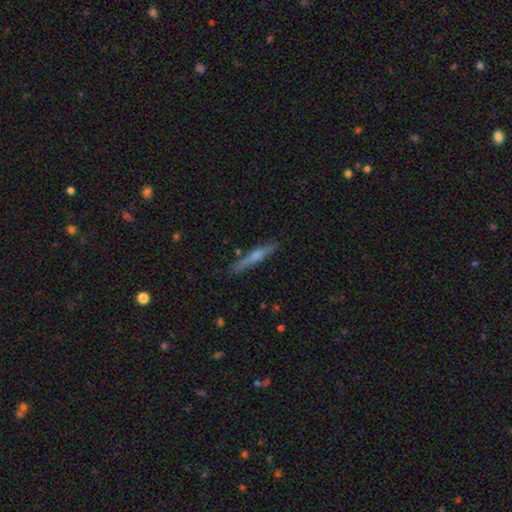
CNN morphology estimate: type=featured or disk (58%); edge-on=yes (97%); edge-on bulge=rounded (73%); merging=none (88%).